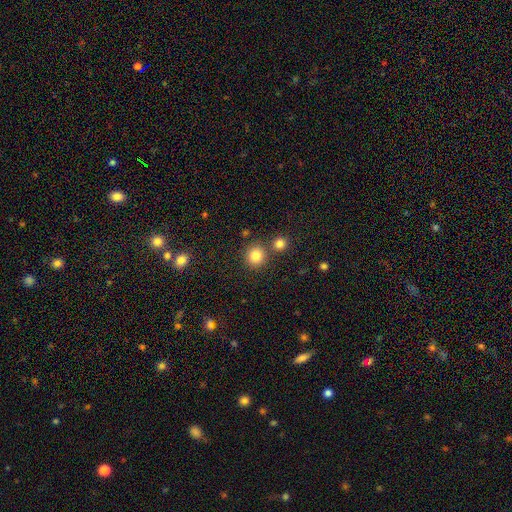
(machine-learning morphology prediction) smooth_or_featured: smooth (p=0.83) [alt: star or artifact p=0.11]
how_rounded: round (p=0.91) [alt: in between p=0.08]
merging: none (p=0.79) [alt: merger p=0.11]